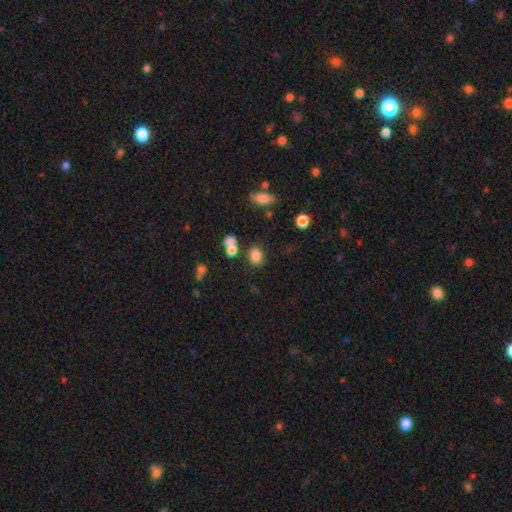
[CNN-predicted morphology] type=smooth (81%); roundness=in between (58%); merging=none (72%).